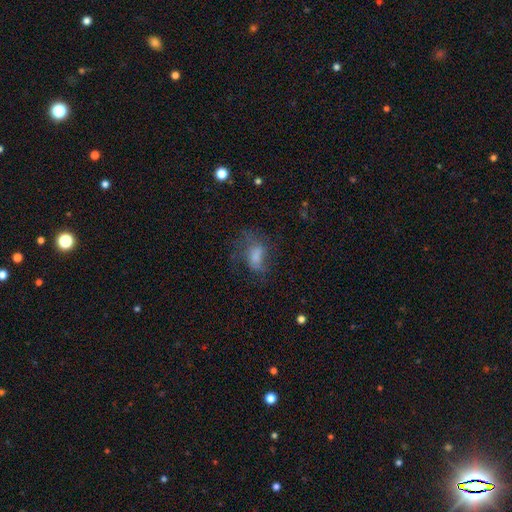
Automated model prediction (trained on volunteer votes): A smooth galaxy with no disk features (46%). Merging: none (48%).